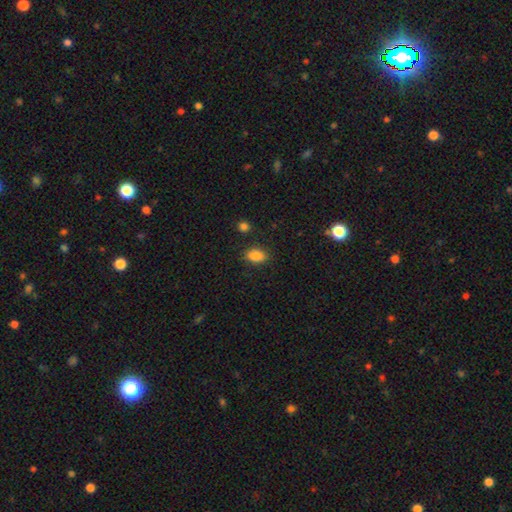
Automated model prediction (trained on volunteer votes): The model was most divided on "merging": none: 84%, minor disturbance: 11%, major disturbance: 3%, merger: 2%. More confident: smooth or featured — smooth (86%); how rounded — in between (85%).